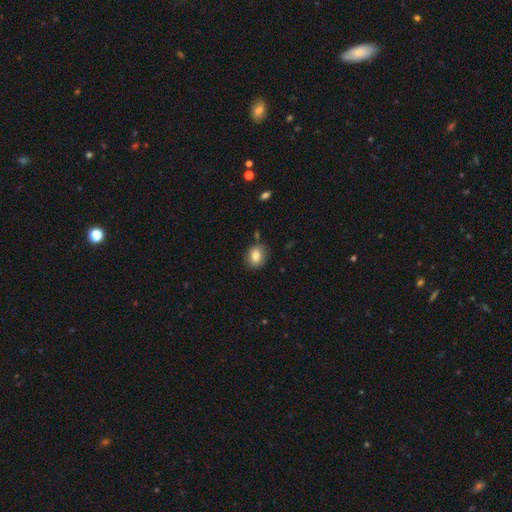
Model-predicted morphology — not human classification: Smooth or featured?
  - smooth: 82% *
  - featured or disk: 9%
  - star or artifact: 9%
How rounded?
  - round: 50% *
  - in between: 49%
  - cigar-shaped: 1%
Merging?
  - none: 81% *
  - minor disturbance: 12%
  - merger: 3%
  - major disturbance: 3%